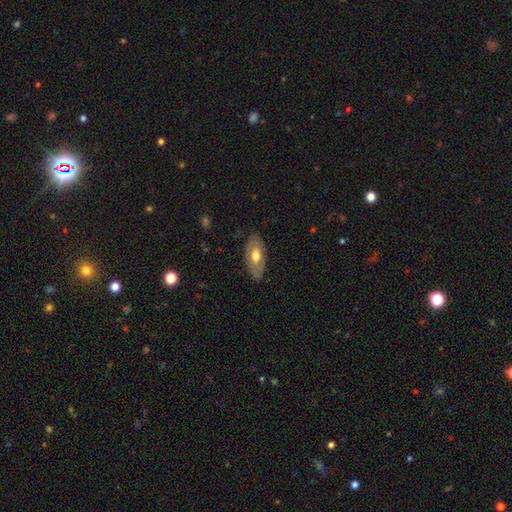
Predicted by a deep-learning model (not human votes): This is possibly a smooth galaxy (54%). How rounded: clearly in between (89%). Merging: clearly none (81%).